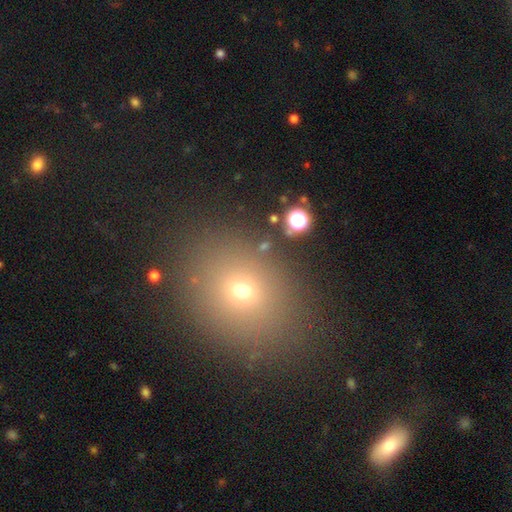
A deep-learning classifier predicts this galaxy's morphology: Smooth or featured? Predicted: smooth (p=0.64). How rounded? Predicted: round (p=0.51). Merging? Predicted: none (p=0.84).